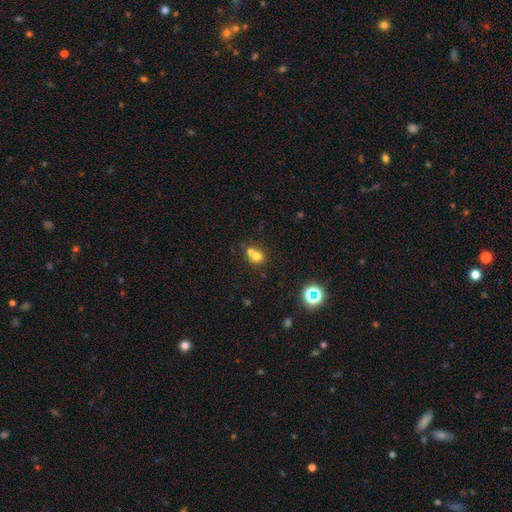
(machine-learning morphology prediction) The model was most divided on "merging": merger: 53%, none: 35%, minor disturbance: 8%, major disturbance: 3%. More confident: how rounded — round (73%); smooth or featured — smooth (70%).